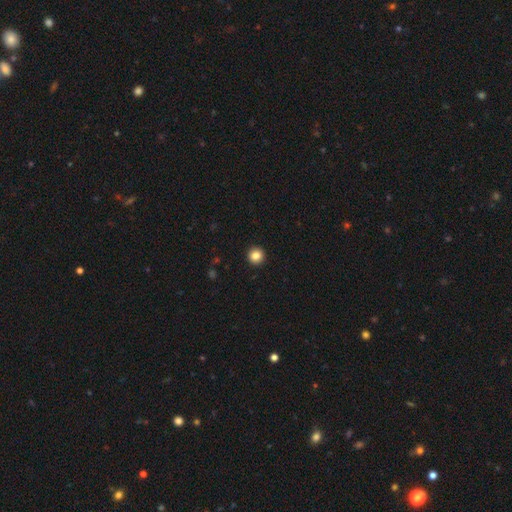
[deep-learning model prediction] Smooth or featured?
  - smooth: 85% *
  - star or artifact: 10%
  - featured or disk: 5%
How rounded?
  - round: 95% *
  - in between: 4%
  - cigar-shaped: 1%
Merging?
  - none: 93% *
  - minor disturbance: 4%
  - major disturbance: 1%
  - merger: 1%